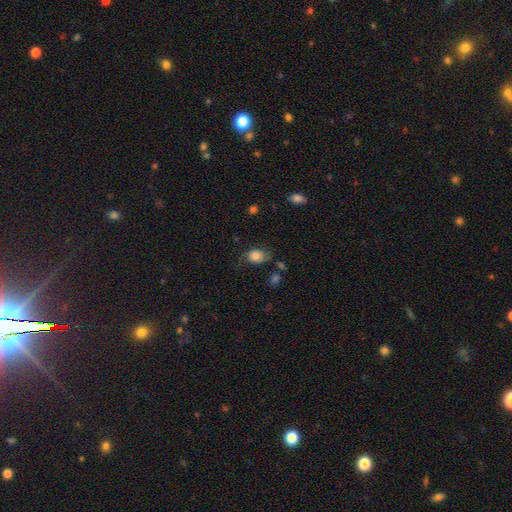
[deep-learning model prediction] Smooth or featured?
  - smooth: 81% *
  - featured or disk: 10%
  - star or artifact: 9%
How rounded?
  - in between: 58% *
  - round: 41%
  - cigar-shaped: 1%
Merging?
  - none: 57% *
  - minor disturbance: 28%
  - major disturbance: 12%
  - merger: 3%